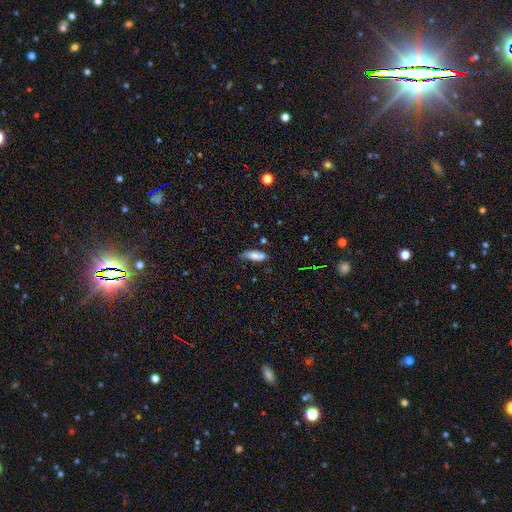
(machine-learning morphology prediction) This appears to be a smooth galaxy with no disk features (79%) that is in between round and cigar-shaped (65%). Merging: none (56%).